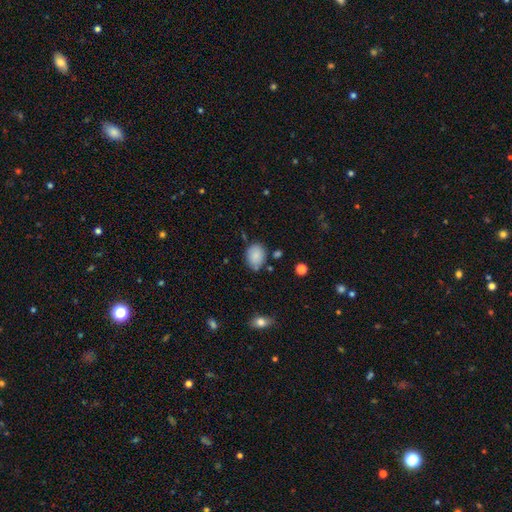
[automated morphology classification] Smooth or featured?
  - smooth: 85% *
  - star or artifact: 8%
  - featured or disk: 8%
How rounded?
  - in between: 60% *
  - round: 39%
  - cigar-shaped: 1%
Merging?
  - none: 71% *
  - minor disturbance: 20%
  - merger: 5%
  - major disturbance: 4%